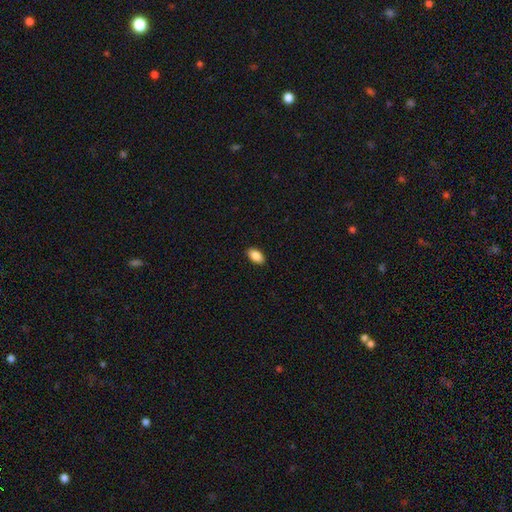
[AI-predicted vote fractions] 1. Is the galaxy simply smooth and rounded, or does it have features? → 89% smooth, 7% star or artifact, 4% featured or disk.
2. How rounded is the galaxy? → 93% in between, 4% round, 3% cigar-shaped.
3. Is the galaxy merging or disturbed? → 90% none, 8% minor disturbance, 2% major disturbance, 1% merger.